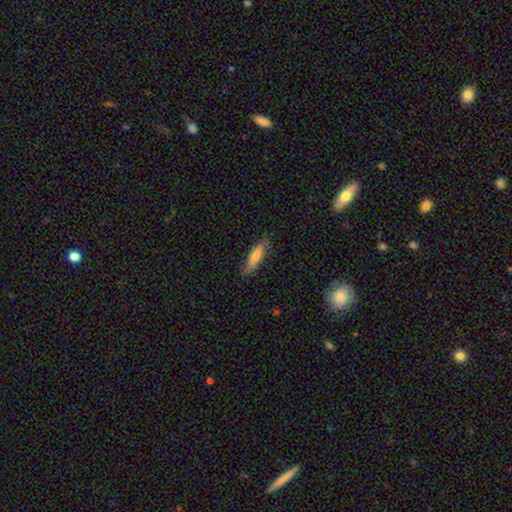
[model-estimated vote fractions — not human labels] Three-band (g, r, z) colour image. It shows a smooth galaxy with no disk features (70%) that is cigar-shaped (68%). Merging: none (82%).